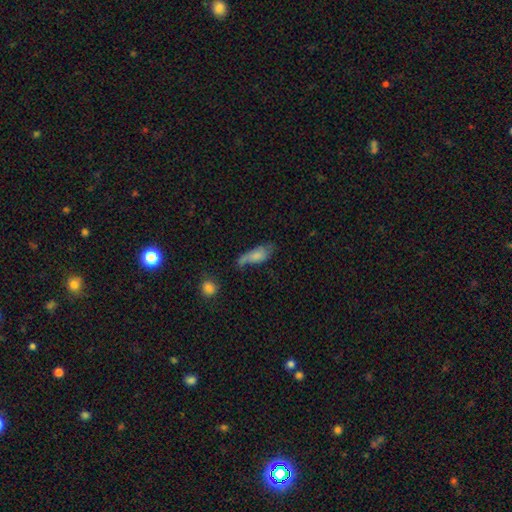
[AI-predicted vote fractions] Smooth or featured? smooth (64%)
How rounded? in between (77%)
Merging? none (32%)